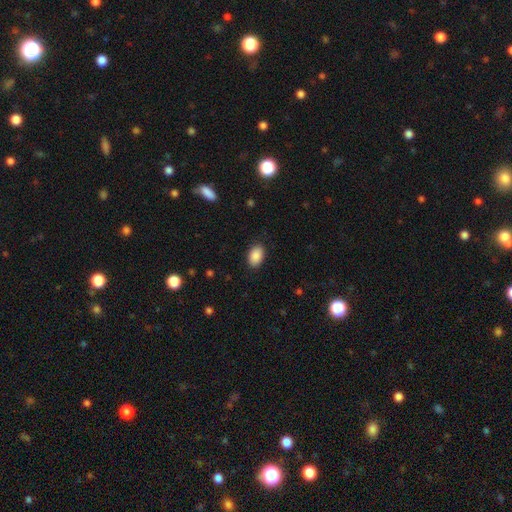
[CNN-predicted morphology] Smooth or featured: smooth — 89% (star or artifact — 7%)
How rounded: in between — 89% (round — 10%)
Merging: none — 88% (minor disturbance — 9%)